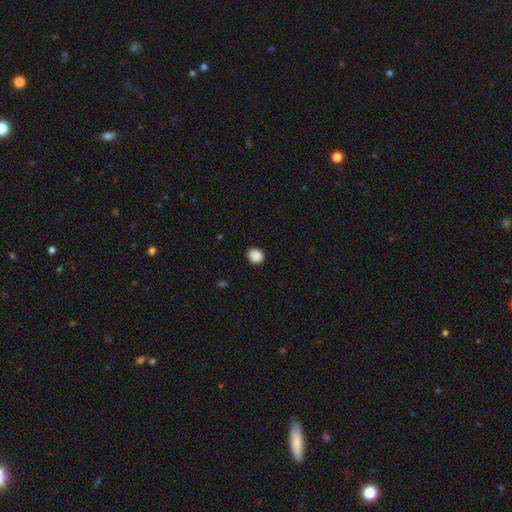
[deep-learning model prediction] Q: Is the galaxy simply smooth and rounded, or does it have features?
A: smooth — 89%.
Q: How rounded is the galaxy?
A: round — 74%.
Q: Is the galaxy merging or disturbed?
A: none — 90%.